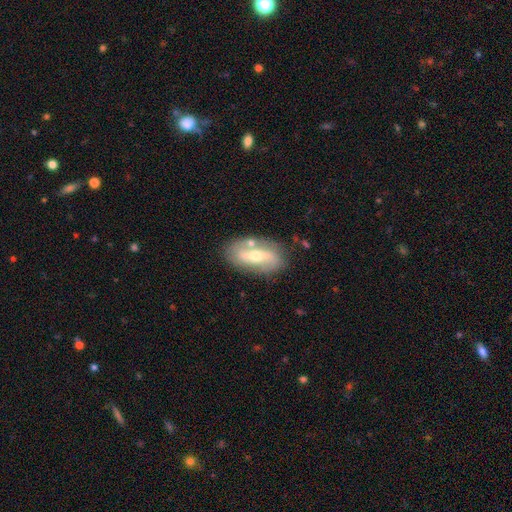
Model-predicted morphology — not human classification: Smooth or featured: featured or disk — 64% (smooth — 29%)
Edge-on disk: no — 87% (yes — 13%)
Bar: strong — 35% (weak — 33%)
Spiral arms: yes — 67% (no — 33%)
Bulge size: moderate — 61% (small — 32%)
Merging: none — 74% (minor disturbance — 15%)